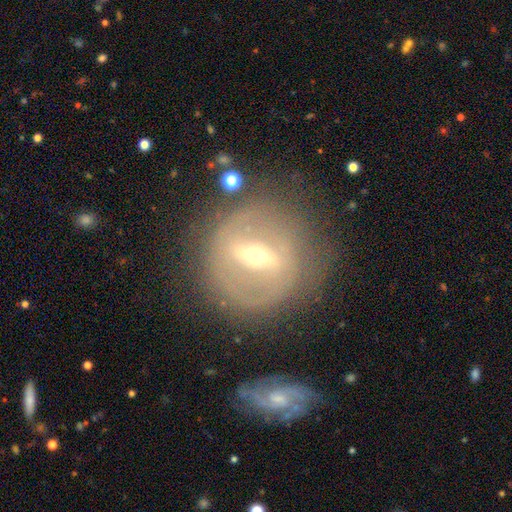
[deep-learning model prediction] Smooth or featured: featured or disk — 73% (smooth — 19%)
Edge-on disk: no — 89% (yes — 11%)
Bar: strong — 57% (weak — 33%)
Spiral arms: yes — 51% (no — 49%)
Bulge size: small — 51% (moderate — 44%)
Merging: none — 74% (minor disturbance — 15%)